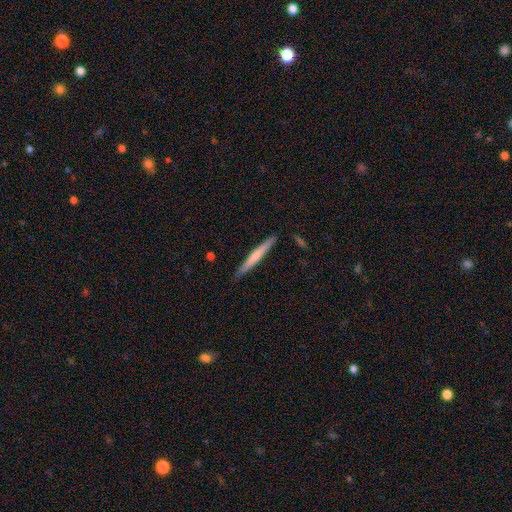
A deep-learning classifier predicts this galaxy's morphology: type=smooth (58%); roundness=cigar-shaped (96%); merging=none (88%).